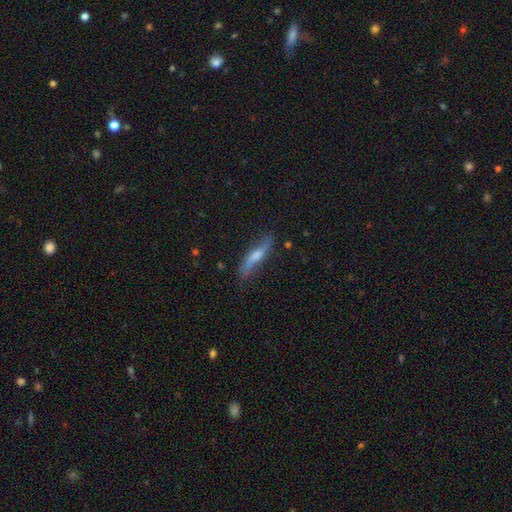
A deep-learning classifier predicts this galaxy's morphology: This is possibly a featured or disk galaxy (53%). It is likely viewed edge-on (68%). Merging: likely none (76%).